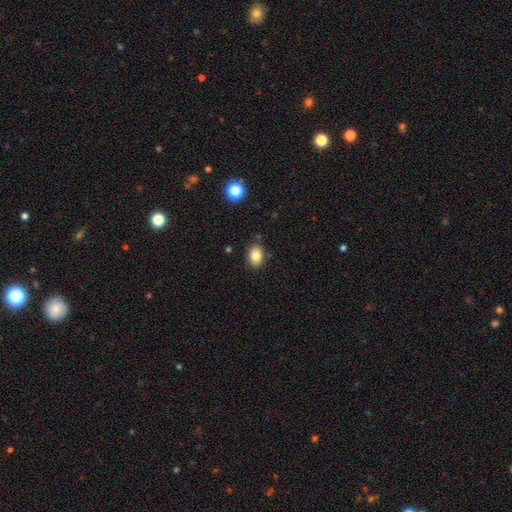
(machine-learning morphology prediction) This is clearly a smooth galaxy (84%). How rounded: likely in between (75%). Merging: clearly none (85%).